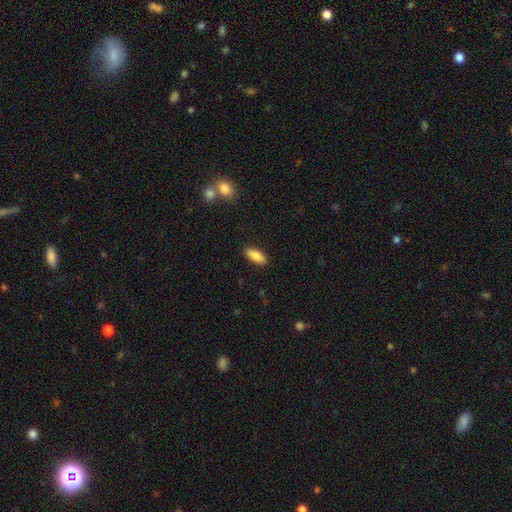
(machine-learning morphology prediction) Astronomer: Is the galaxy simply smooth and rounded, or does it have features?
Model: smooth — 85%.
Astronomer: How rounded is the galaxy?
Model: in between — 82%.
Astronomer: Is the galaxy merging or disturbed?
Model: none — 88%.